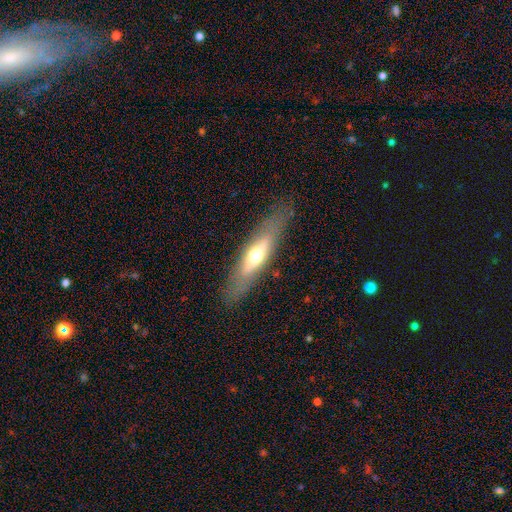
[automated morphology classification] This is possibly a smooth galaxy (48%). Merging: clearly none (82%).